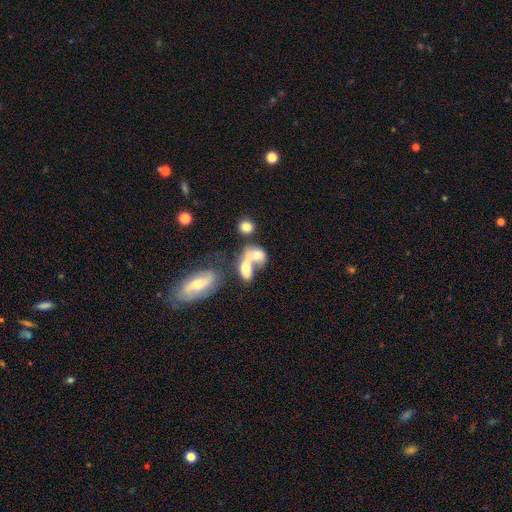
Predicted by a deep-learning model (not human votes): Smooth or featured? smooth (62%)
How rounded? in between (66%)
Merging? merger (67%)